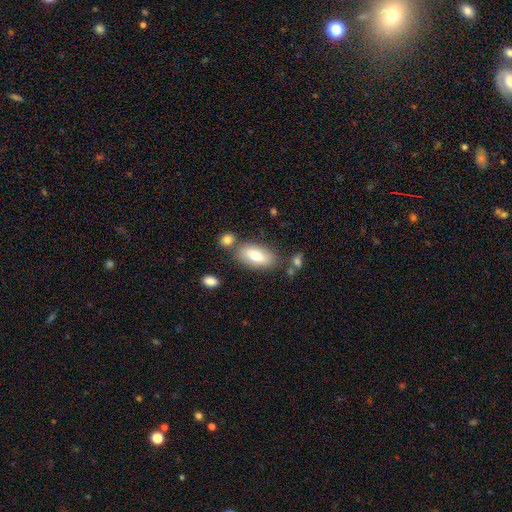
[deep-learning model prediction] Overall: smooth (73%). How rounded: in between (91%). Merging: none (71%).